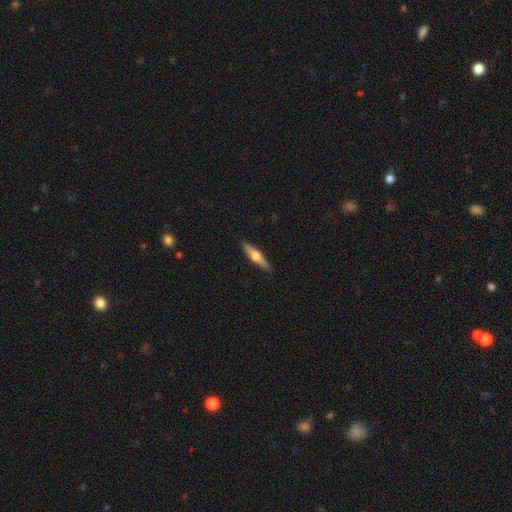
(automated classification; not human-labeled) Smooth or featured?
  - featured or disk: 66% *
  - smooth: 29%
  - star or artifact: 6%
Edge-on disk?
  - yes: 97% *
  - no: 3%
Edge-on bulge?
  - rounded: 95% *
  - boxy: 3%
  - none: 2%
Merging?
  - none: 90% *
  - minor disturbance: 7%
  - major disturbance: 2%
  - merger: 1%